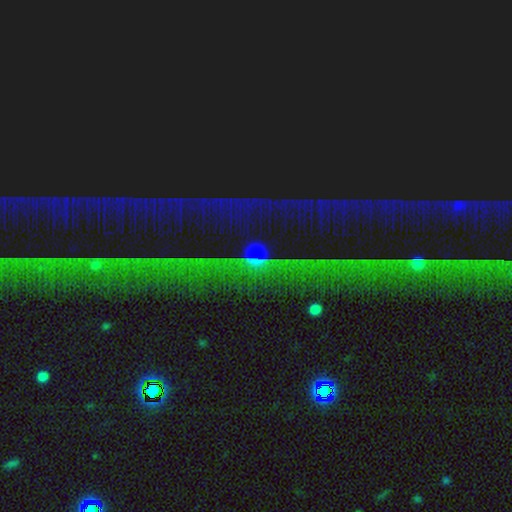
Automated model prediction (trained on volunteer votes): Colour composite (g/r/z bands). It shows a star or artifact, not a galaxy (64%).